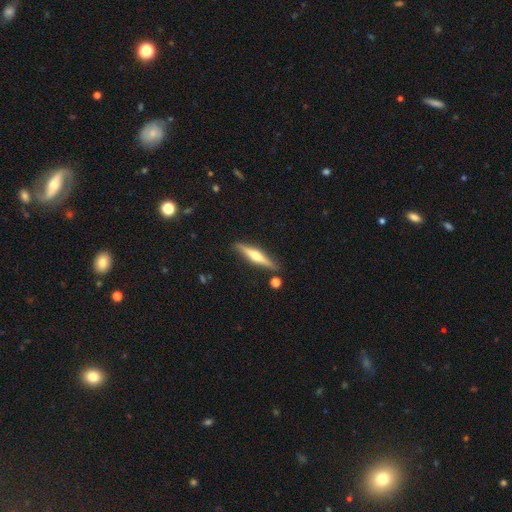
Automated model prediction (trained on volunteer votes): featured or disk 65%, smooth 29%, star or artifact 5%. Down the decision tree: edge-on disk — yes (97%); edge-on bulge — rounded (90%); merging — none (86%).